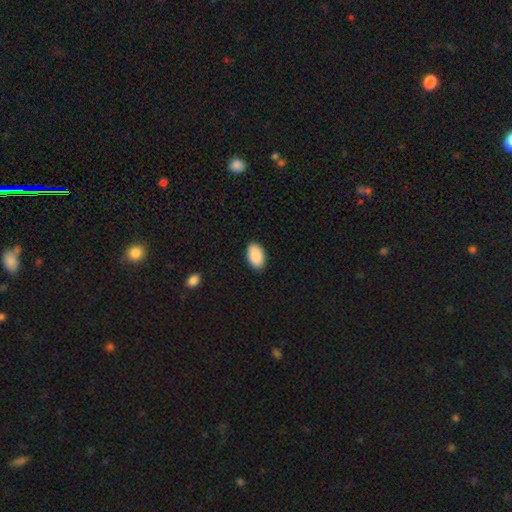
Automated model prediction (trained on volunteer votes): Smooth or featured? Predicted: smooth (p=0.89). How rounded? Predicted: in between (p=0.94). Merging? Predicted: none (p=0.89).